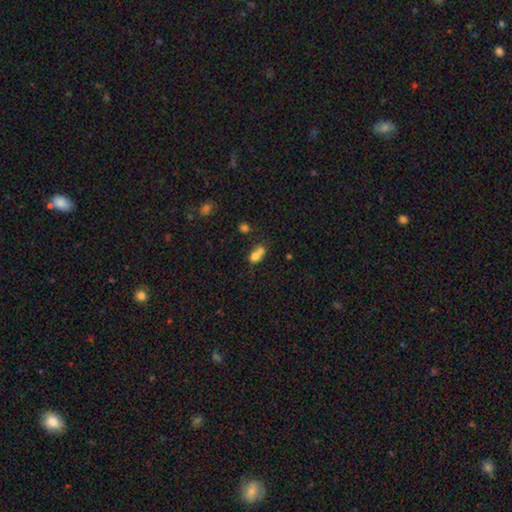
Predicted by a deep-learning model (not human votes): This appears to be a smooth galaxy with no disk features (72%) that is in between round and cigar-shaped (50%). Merging: merger (62%).